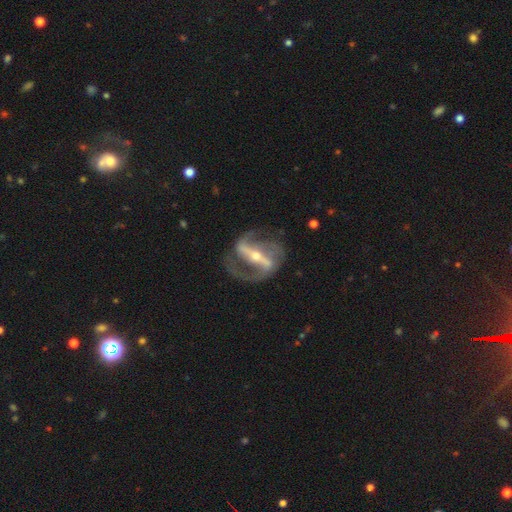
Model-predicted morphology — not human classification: This is clearly a featured or disk galaxy (90%). It is clearly not viewed edge-on (92%). Bar: likely strong (80%). Spiral arm pattern: clearly yes (93%). Spiral arm count: clearly 2 (85%). Spiral winding: possibly medium (48%). Central bulge: possibly small (57%). Merging: likely none (70%).